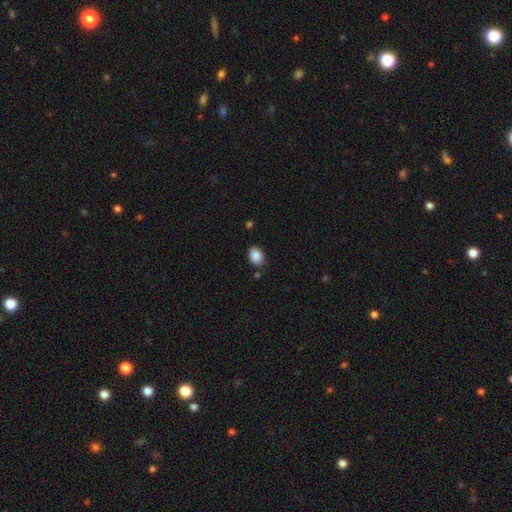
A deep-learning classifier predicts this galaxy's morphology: The model was most divided on "how rounded": in between: 71%, round: 28%, cigar-shaped: 1%. More confident: smooth or featured — smooth (89%); merging — none (83%).